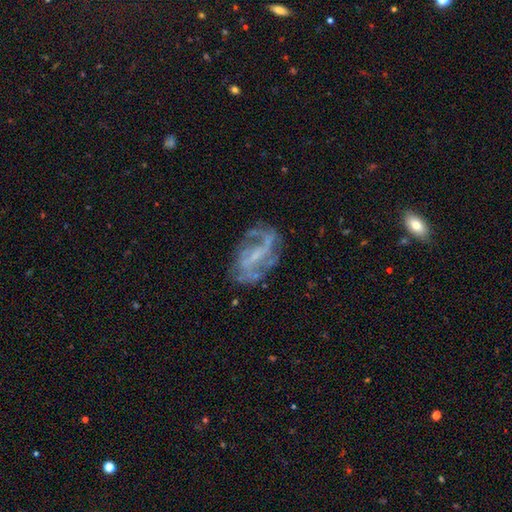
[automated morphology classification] Smooth or featured? Predicted: featured or disk (p=0.79). Edge-on disk? Predicted: no (p=0.95). Bar? Predicted: weak (p=0.45). Spiral arms? Predicted: yes (p=0.80). Spiral winding? Predicted: medium (p=0.41). Spiral arm count? Predicted: 2 (p=0.56). Bulge size? Predicted: small (p=0.57). Merging? Predicted: none (p=0.61).